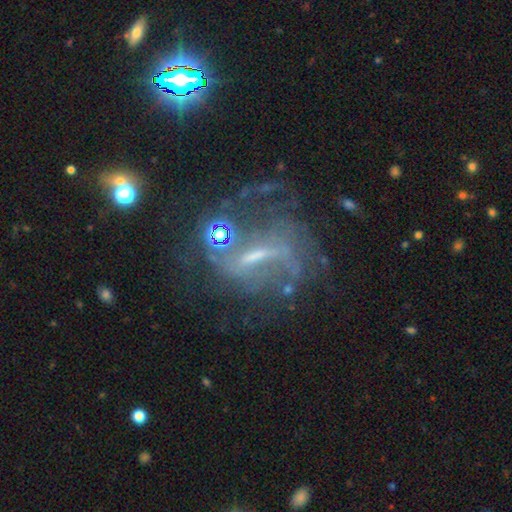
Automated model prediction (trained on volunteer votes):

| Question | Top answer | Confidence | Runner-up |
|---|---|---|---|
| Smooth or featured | featured or disk | 73% | star or artifact (16%) |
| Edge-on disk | no | 92% | yes (8%) |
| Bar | strong | 52% | weak (34%) |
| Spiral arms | yes | 72% | no (28%) |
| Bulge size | small | 40% | moderate (27%) |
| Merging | none | 45% | major disturbance (29%) |